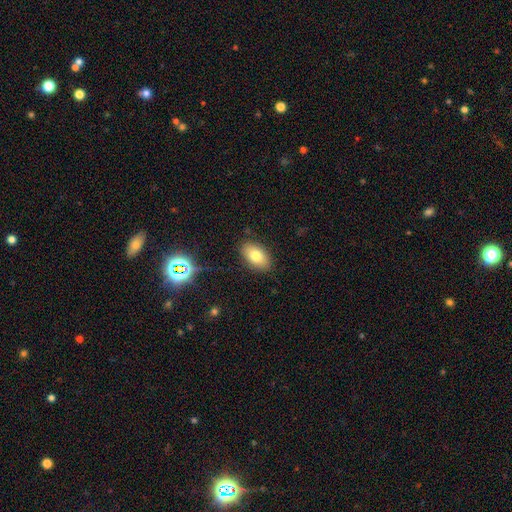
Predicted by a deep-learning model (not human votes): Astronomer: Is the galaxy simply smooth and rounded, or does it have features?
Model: smooth — 77%.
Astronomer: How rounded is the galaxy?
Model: in between — 91%.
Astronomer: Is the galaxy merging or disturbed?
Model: none — 86%.